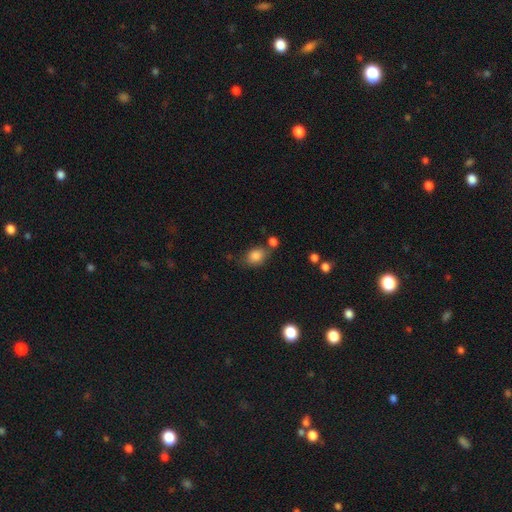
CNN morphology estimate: Overall: smooth (85%). How rounded: in between (65%; round 34%). Merging: none (65%).